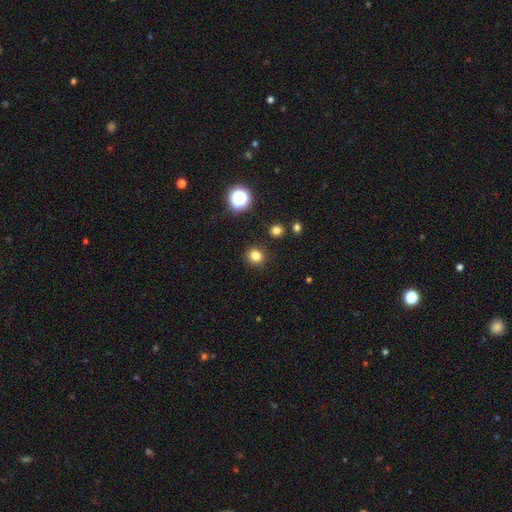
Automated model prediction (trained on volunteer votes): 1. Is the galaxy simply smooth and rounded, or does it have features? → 81% smooth, 15% star or artifact, 5% featured or disk.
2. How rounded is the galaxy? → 89% round, 10% in between, 1% cigar-shaped.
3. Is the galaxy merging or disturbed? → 90% none, 6% minor disturbance, 2% major disturbance, 2% merger.